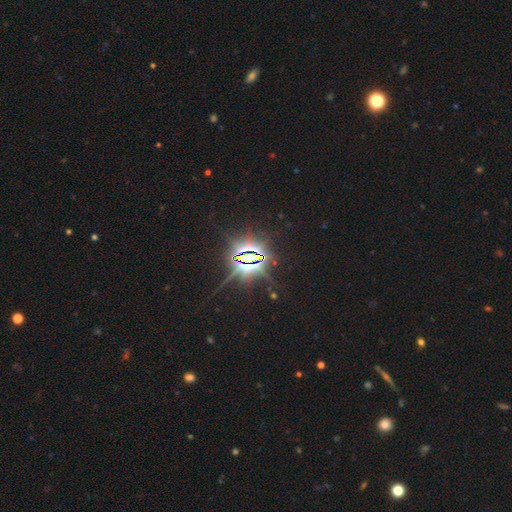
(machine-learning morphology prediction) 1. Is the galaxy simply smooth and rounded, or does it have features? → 86% star or artifact, 8% featured or disk, 7% smooth.